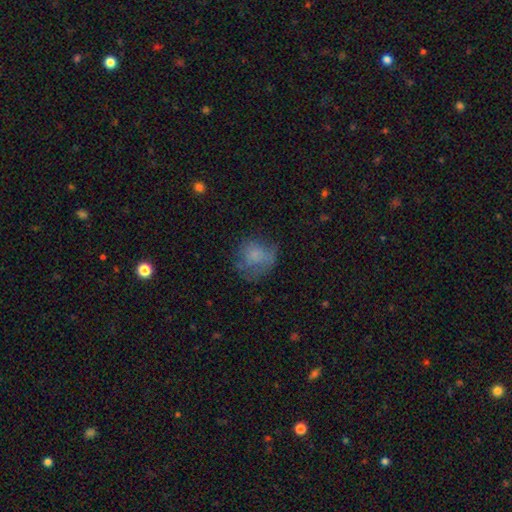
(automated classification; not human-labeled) smooth 68%, featured or disk 20%, star or artifact 12%. Down the decision tree: how rounded — round (77%); merging — none (50%).